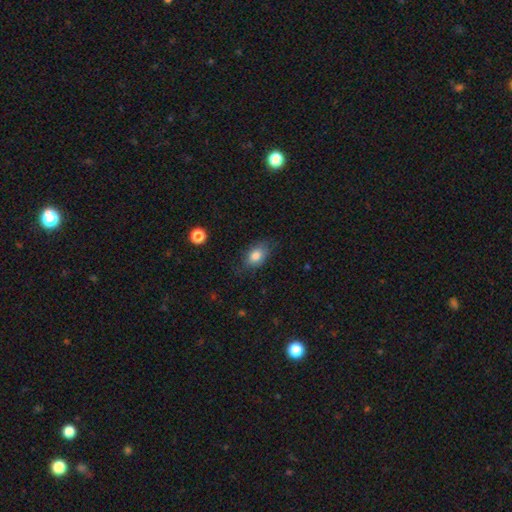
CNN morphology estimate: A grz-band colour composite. It shows a smooth galaxy with no disk features (81%) that is in between round and cigar-shaped (83%). Merging: none (69%).